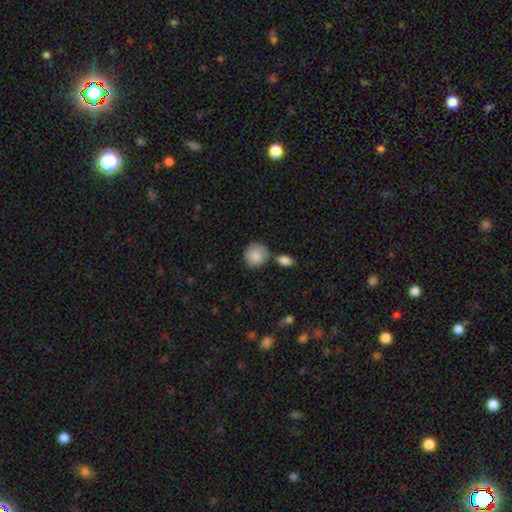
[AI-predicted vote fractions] This appears to be a smooth galaxy with no disk features (86%) that is round (85%). Merging: none (65%).